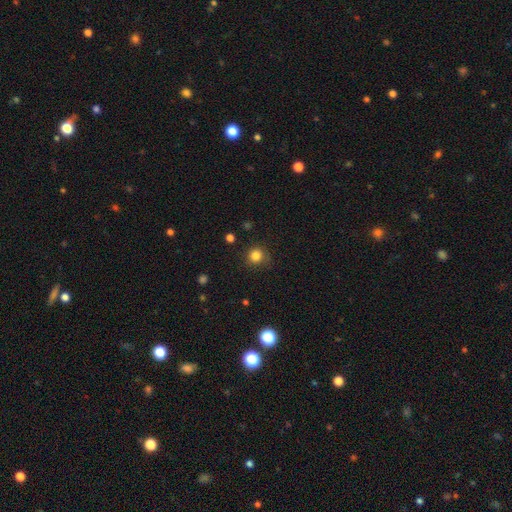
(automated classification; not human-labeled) The model was most divided on "smooth or featured": smooth: 82%, star or artifact: 13%, featured or disk: 5%. More confident: how rounded — round (92%); merging — none (83%).